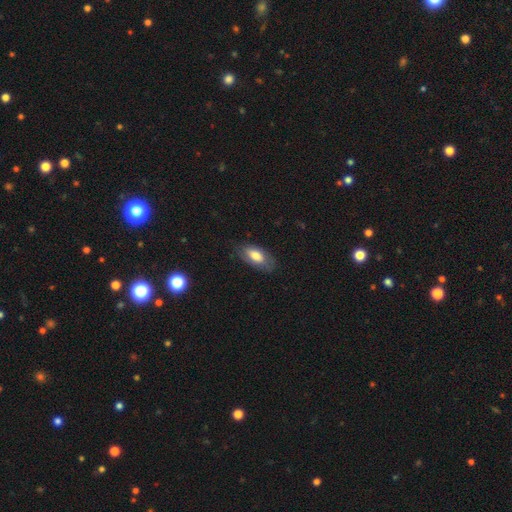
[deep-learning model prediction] Morphology: type=smooth (71%); roundness=in between (90%); merging=none (71%).